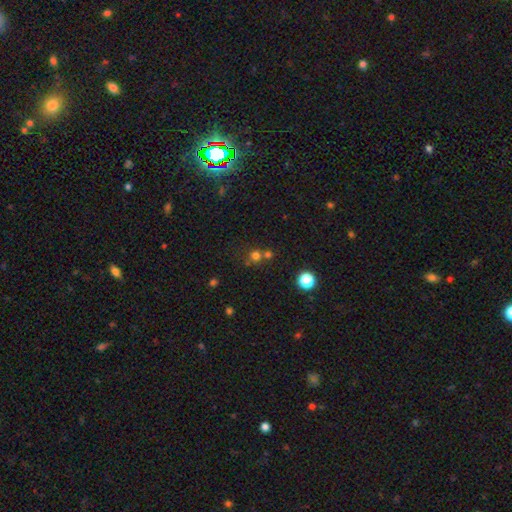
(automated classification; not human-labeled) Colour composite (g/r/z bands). It shows a smooth galaxy with no disk features (69%) that is round (89%). Merging: none (54%).